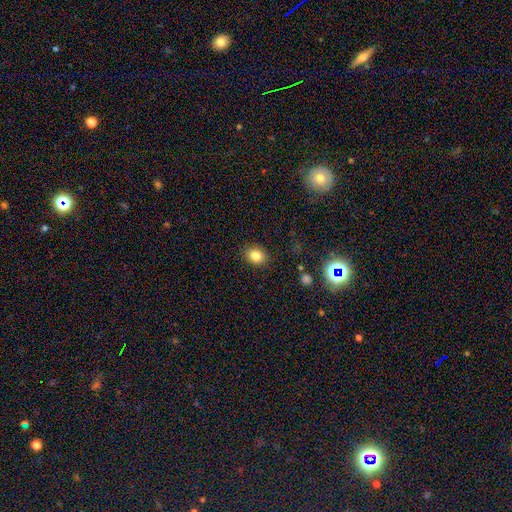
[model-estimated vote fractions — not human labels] Q: Smooth or featured?
A: smooth (82%); runner-up: star or artifact (11%)
Q: How rounded?
A: round (51%); runner-up: in between (48%)
Q: Merging?
A: none (88%); runner-up: minor disturbance (8%)